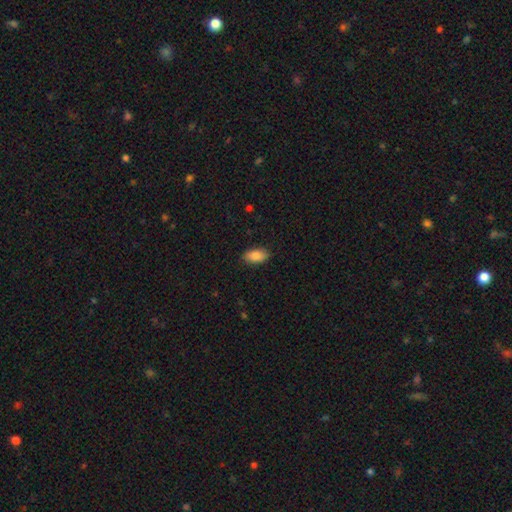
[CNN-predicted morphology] Smooth or featured?
  - smooth: 85% *
  - featured or disk: 8%
  - star or artifact: 7%
How rounded?
  - in between: 93% *
  - cigar-shaped: 4%
  - round: 3%
Merging?
  - none: 87% *
  - minor disturbance: 10%
  - major disturbance: 2%
  - merger: 1%